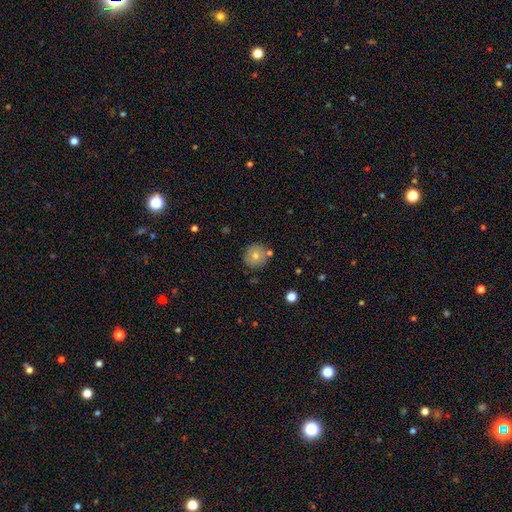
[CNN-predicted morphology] smooth_or_featured: smooth (p=0.75) [alt: featured or disk p=0.15]
how_rounded: round (p=0.94) [alt: in between p=0.05]
merging: none (p=0.83) [alt: minor disturbance p=0.09]